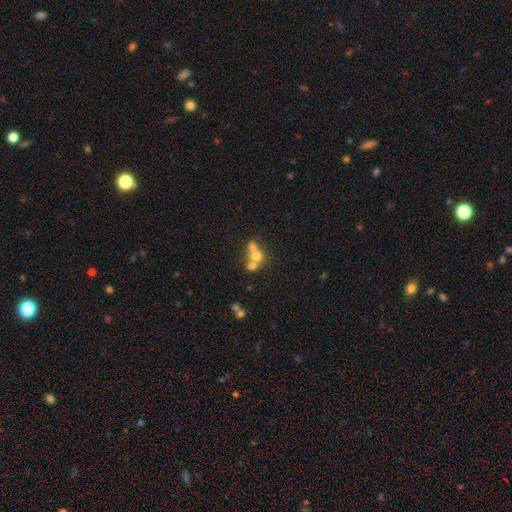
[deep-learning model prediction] Smooth or featured? Predicted: smooth (p=0.61). How rounded? Predicted: round (p=0.74). Merging? Predicted: merger (p=0.63).